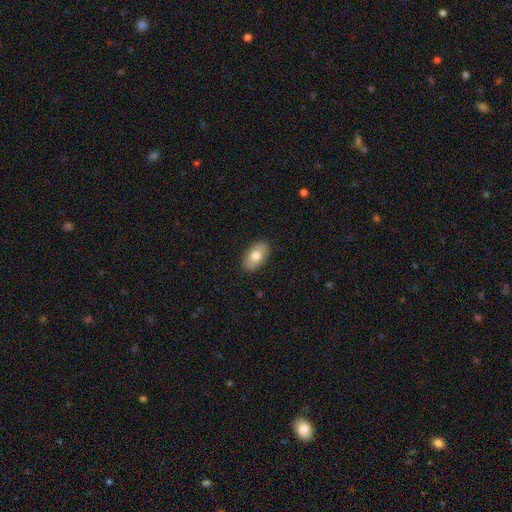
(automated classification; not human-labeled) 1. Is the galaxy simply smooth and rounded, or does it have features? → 73% smooth, 20% featured or disk, 6% star or artifact.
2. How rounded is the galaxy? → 93% in between, 5% round, 3% cigar-shaped.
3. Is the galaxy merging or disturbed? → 89% none, 9% minor disturbance, 2% major disturbance, 1% merger.